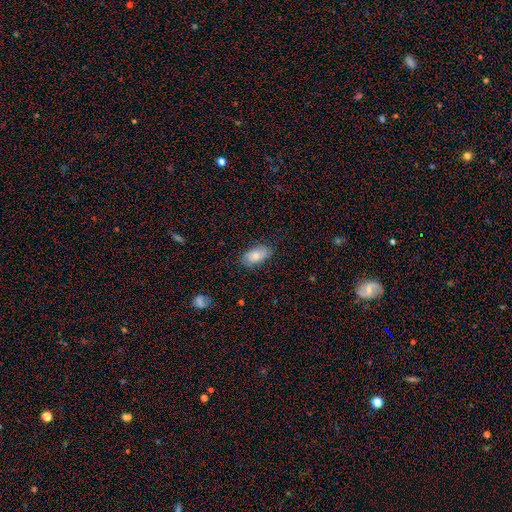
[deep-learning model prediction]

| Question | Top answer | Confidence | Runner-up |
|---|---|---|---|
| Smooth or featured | smooth | 68% | featured or disk (24%) |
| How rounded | in between | 92% | round (5%) |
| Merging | none | 78% | minor disturbance (17%) |